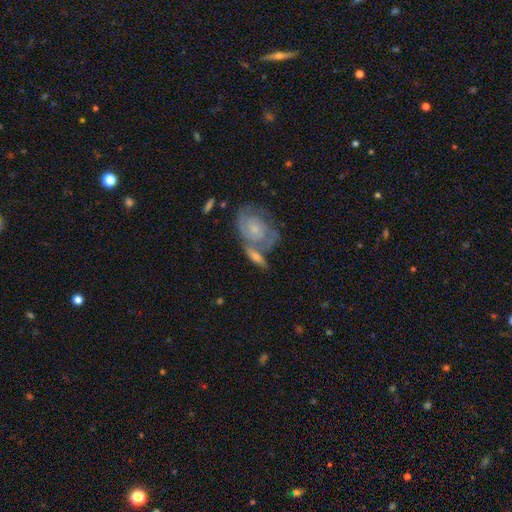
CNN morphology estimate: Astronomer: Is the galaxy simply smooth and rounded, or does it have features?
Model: featured or disk — 59%.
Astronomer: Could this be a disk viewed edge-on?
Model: no — 81%.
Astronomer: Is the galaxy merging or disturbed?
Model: none — 44% (runner-up: merger, 36%).